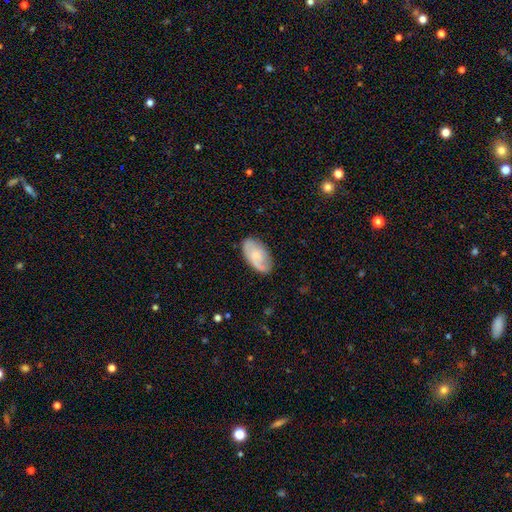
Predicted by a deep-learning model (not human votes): Smooth or featured? Predicted: smooth (p=0.62). How rounded? Predicted: in between (p=0.94). Merging? Predicted: none (p=0.71).